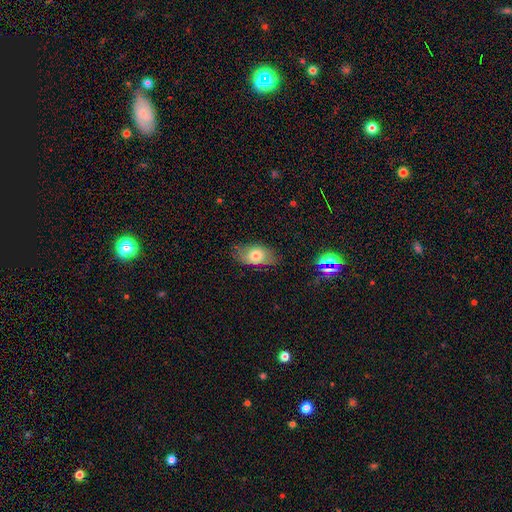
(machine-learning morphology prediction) smooth 67%, featured or disk 23%, star or artifact 10%. Down the decision tree: how rounded — in between (86%); merging — none (69%).